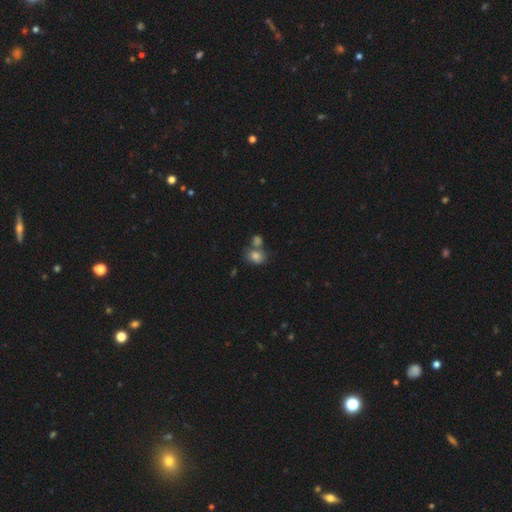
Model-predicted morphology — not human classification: Q: Smooth or featured?
A: smooth (81%); runner-up: star or artifact (11%)
Q: How rounded?
A: round (50%); runner-up: in between (49%)
Q: Merging?
A: none (47%); runner-up: merger (36%)